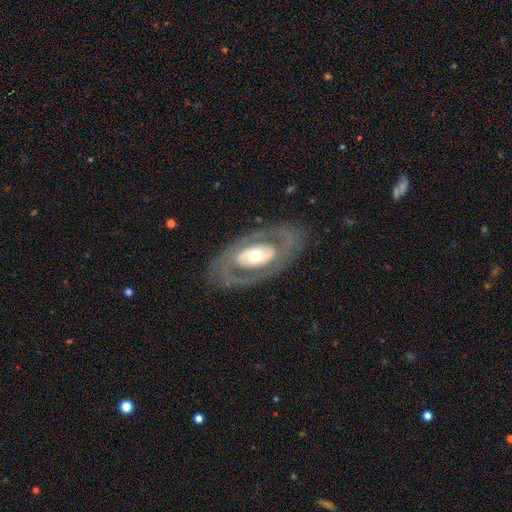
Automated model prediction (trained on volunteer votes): A featured or disk galaxy (71%) with no bar (74%), no spiral arms (67%) and a moderate central bulge (63%). Merging: none (79%).